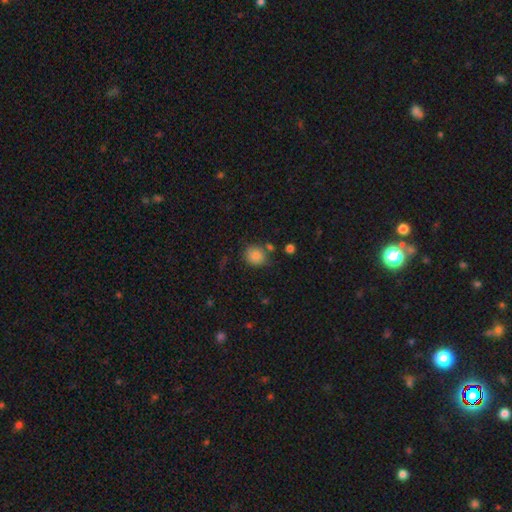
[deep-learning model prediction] Overall: smooth (84%). How rounded: round (77%). Merging: none (75%).